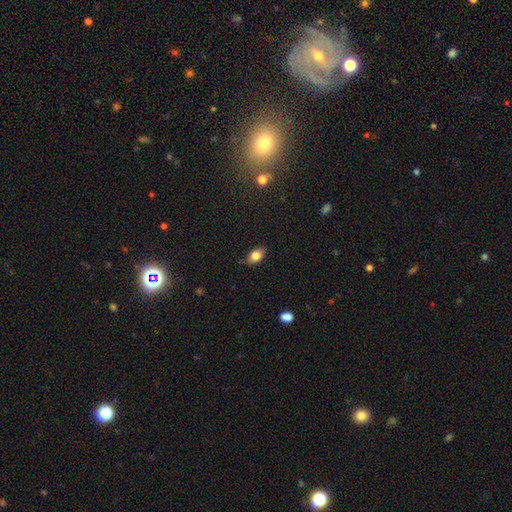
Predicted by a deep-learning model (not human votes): Smooth or featured? Predicted: smooth (p=0.80). How rounded? Predicted: in between (p=0.86). Merging? Predicted: none (p=0.78).